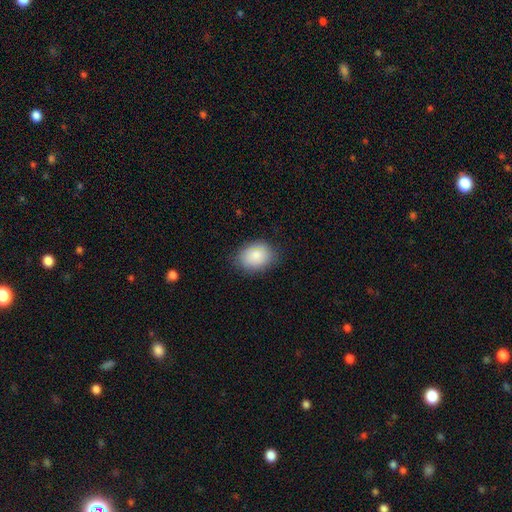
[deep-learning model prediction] Overall: smooth (86%). How rounded: in between (70%). Merging: none (81%).